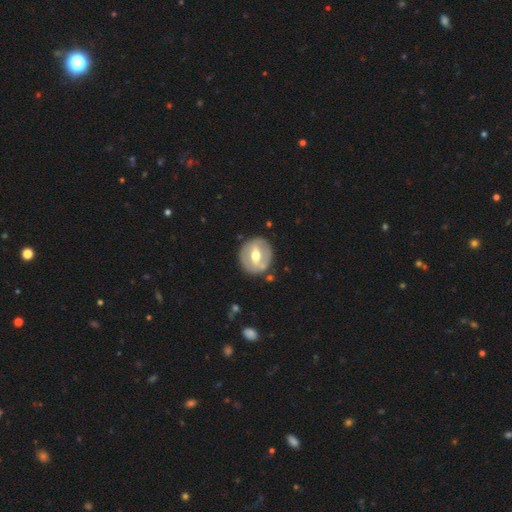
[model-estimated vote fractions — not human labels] Smooth or featured? Predicted: featured or disk (p=0.63). Edge-on disk? Predicted: no (p=0.89). Bar? Predicted: strong (p=0.50). Spiral arms? Predicted: no (p=0.77). Bulge size? Predicted: moderate (p=0.73). Merging? Predicted: none (p=0.82).